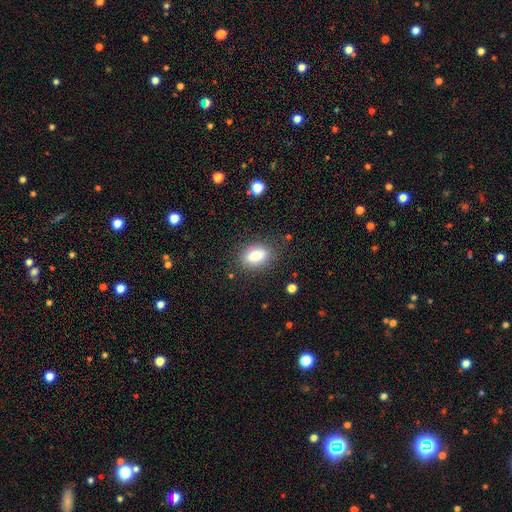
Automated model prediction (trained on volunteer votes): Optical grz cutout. It shows a smooth galaxy with no disk features (85%) that is in between round and cigar-shaped (85%). Merging: none (82%).